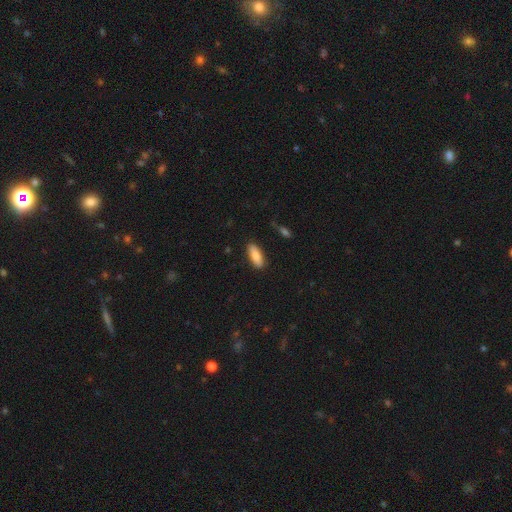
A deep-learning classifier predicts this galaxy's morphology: A smooth galaxy with no disk features (84%) that is in between round and cigar-shaped (68%).

Vote fractions:
- Smooth or featured? smooth: 84% / featured or disk: 10% / star or artifact: 6%
- How rounded? in between: 68% / cigar-shaped: 30% / round: 2%
- Merging? none: 87% / minor disturbance: 9% / major disturbance: 2% / merger: 1%